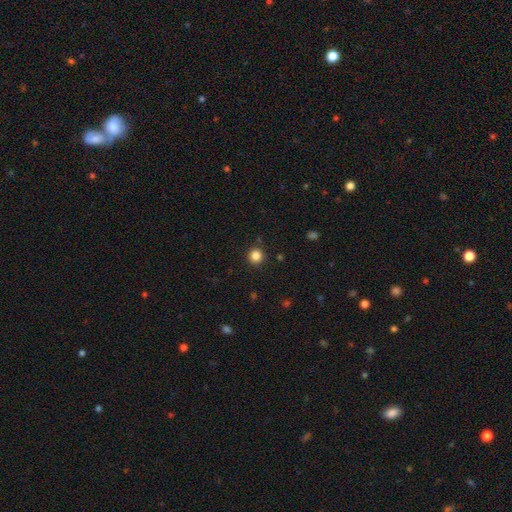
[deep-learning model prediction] Smooth or featured? Predicted: smooth (p=0.84). How rounded? Predicted: round (p=0.94). Merging? Predicted: none (p=0.90).